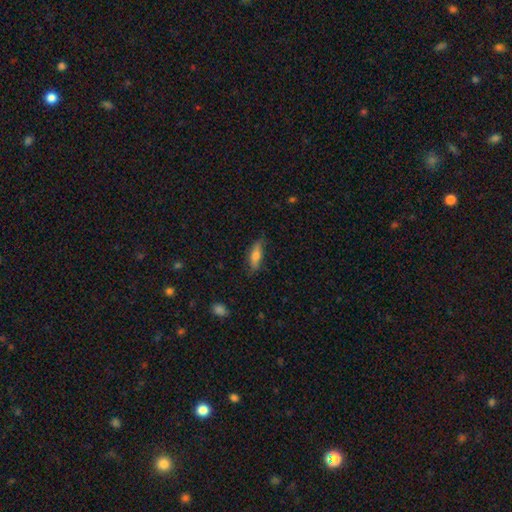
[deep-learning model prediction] Smooth or featured?
  - smooth: 63% *
  - featured or disk: 30%
  - star or artifact: 6%
How rounded?
  - cigar-shaped: 53% *
  - in between: 45%
  - round: 3%
Merging?
  - none: 79% *
  - minor disturbance: 17%
  - major disturbance: 3%
  - merger: 1%